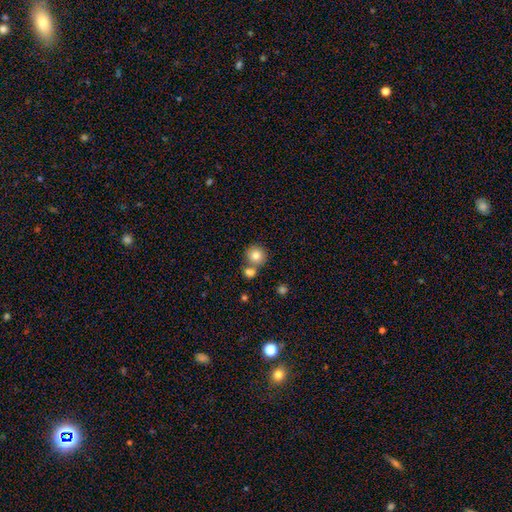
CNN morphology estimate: This is likely a smooth galaxy (80%). How rounded: clearly round (89%). Merging: possibly none (57%).